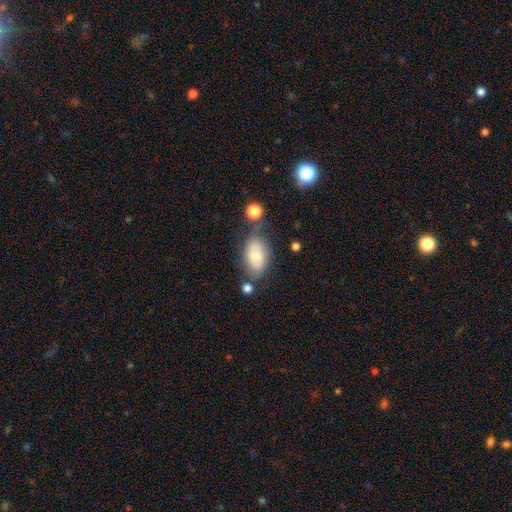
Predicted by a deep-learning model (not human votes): smooth-or-featured: smooth: 62% | featured or disk: 30% | star or artifact: 8%
  how-rounded: in between: 89% | round: 9% | cigar-shaped: 2%
  merging: none: 54% | minor disturbance: 25% | merger: 11% | major disturbance: 10%